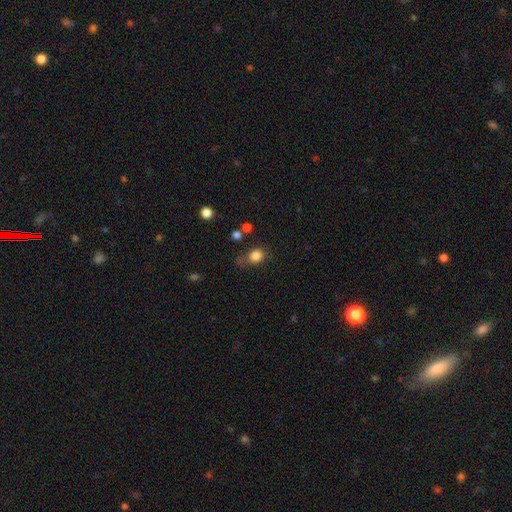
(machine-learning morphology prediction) Q: Smooth or featured?
A: smooth (83%); runner-up: star or artifact (11%)
Q: How rounded?
A: round (69%); runner-up: in between (29%)
Q: Merging?
A: none (59%); runner-up: minor disturbance (24%)